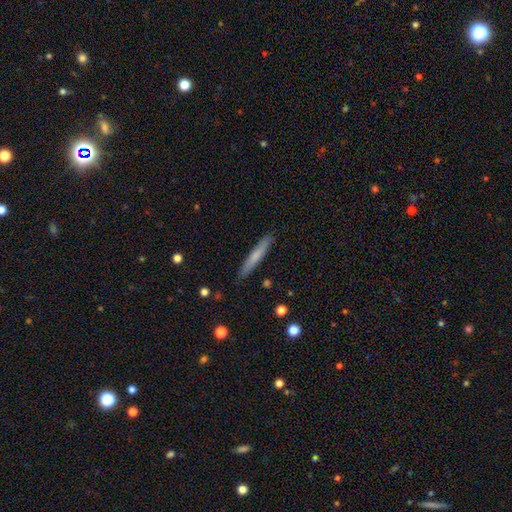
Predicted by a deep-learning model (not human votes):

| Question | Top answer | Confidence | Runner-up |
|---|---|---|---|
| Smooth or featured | smooth | 64% | featured or disk (30%) |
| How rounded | cigar-shaped | 95% | in between (4%) |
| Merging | none | 90% | minor disturbance (8%) |